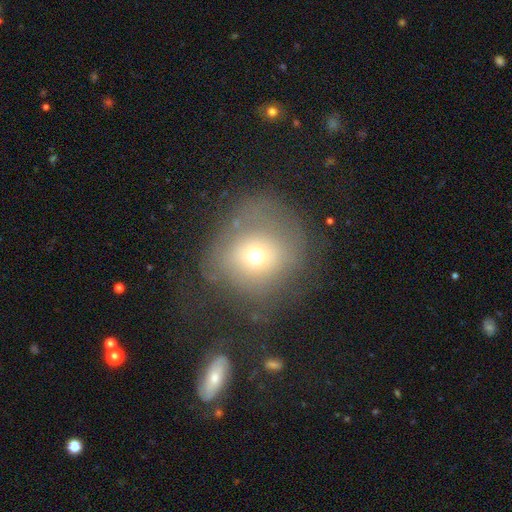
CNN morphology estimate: smooth_or_featured: smooth (p=0.60) [alt: featured or disk p=0.26]
how_rounded: round (p=0.87) [alt: in between p=0.12]
merging: none (p=0.48) [alt: major disturbance p=0.27]